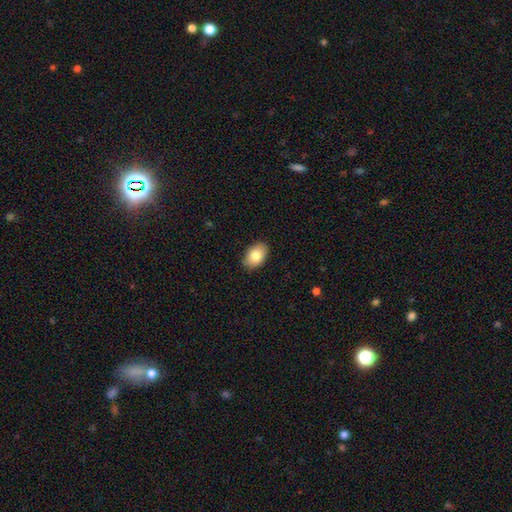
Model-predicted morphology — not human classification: smooth_or_featured: smooth (p=0.81) [alt: featured or disk p=0.12]
how_rounded: in between (p=0.89) [alt: round p=0.10]
merging: none (p=0.87) [alt: minor disturbance p=0.10]